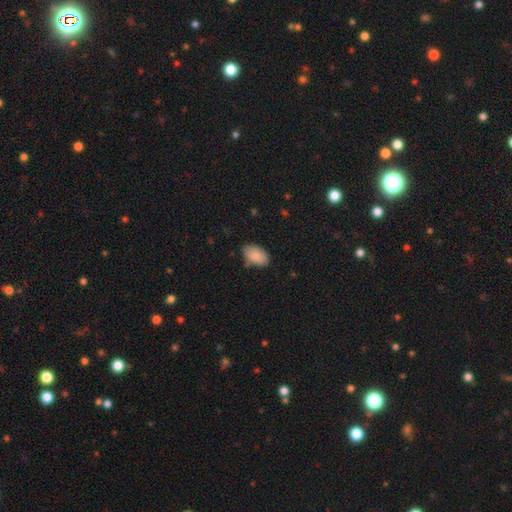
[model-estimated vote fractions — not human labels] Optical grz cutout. It shows a smooth galaxy with no disk features (88%) that is in between round and cigar-shaped (93%). Merging: none (75%).